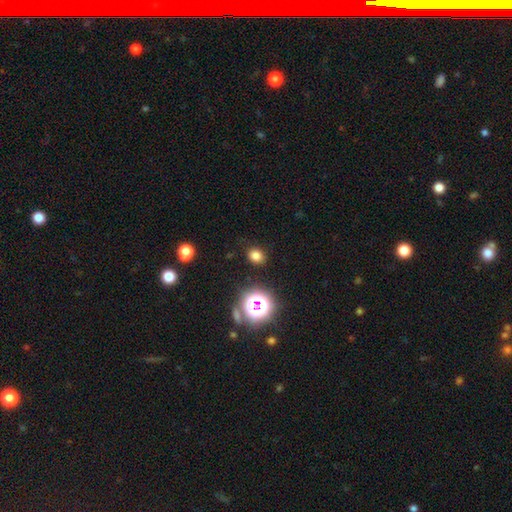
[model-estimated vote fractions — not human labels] A smooth galaxy with no disk features (75%) that is round (51%).

Vote fractions:
- Smooth or featured? smooth: 75% / star or artifact: 19% / featured or disk: 6%
- How rounded? round: 51% / in between: 48% / cigar-shaped: 1%
- Merging? none: 87% / minor disturbance: 9% / major disturbance: 3% / merger: 2%